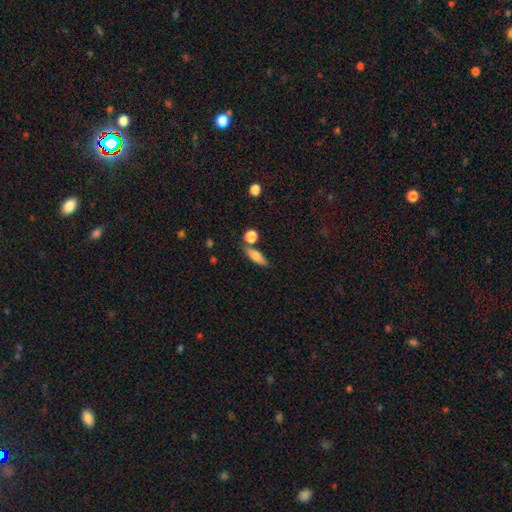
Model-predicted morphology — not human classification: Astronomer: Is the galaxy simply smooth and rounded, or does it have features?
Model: smooth — 71%.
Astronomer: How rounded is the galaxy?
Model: cigar-shaped — 49% (runner-up: in between, 46%).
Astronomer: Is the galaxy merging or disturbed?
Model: none — 71%.